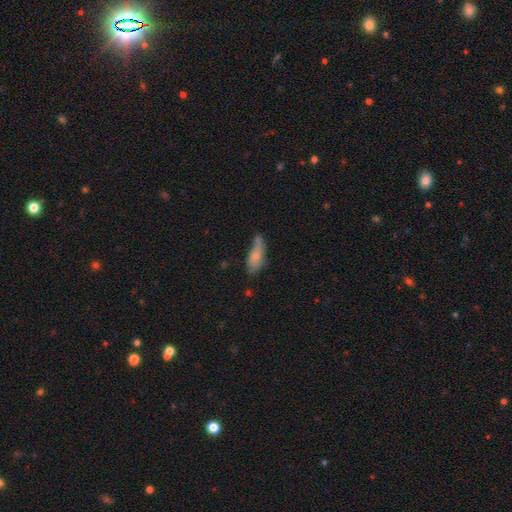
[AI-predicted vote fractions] This appears to be a smooth galaxy with no disk features (68%) that is in between round and cigar-shaped (68%). Merging: none (42%).